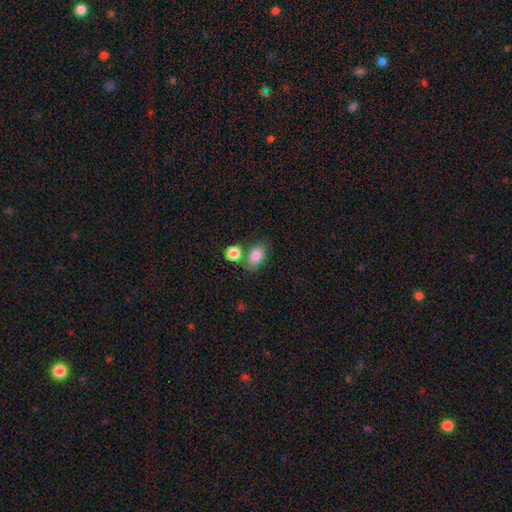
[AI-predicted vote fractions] The model was most divided on "merging": none: 65%, merger: 18%, minor disturbance: 13%, major disturbance: 4%. More confident: how rounded — in between (84%); smooth or featured — smooth (84%).